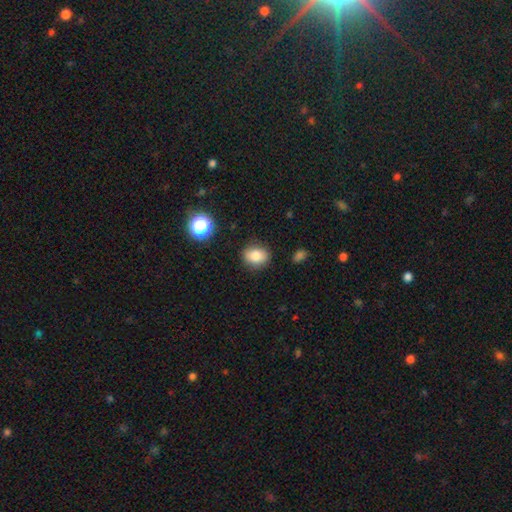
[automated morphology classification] Smooth or featured? smooth (81%)
How rounded? round (50%)
Merging? none (84%)